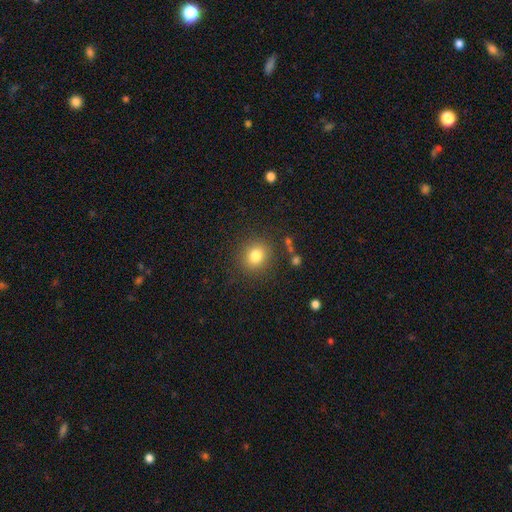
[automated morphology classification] type=smooth (81%); roundness=round (81%); merging=none (86%).